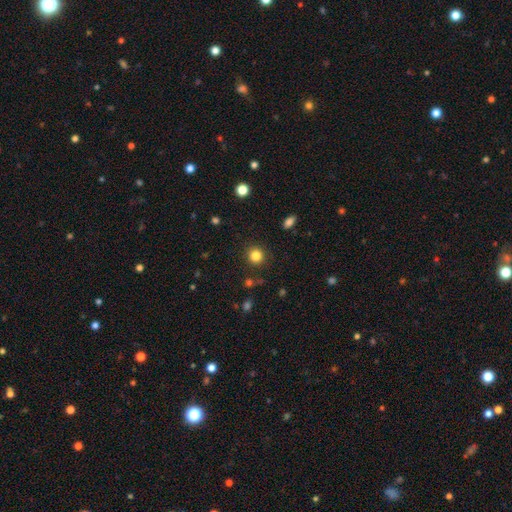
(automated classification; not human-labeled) A smooth galaxy with no disk features (83%) that is round (92%).

Vote fractions:
- Smooth or featured? smooth: 83% / star or artifact: 12% / featured or disk: 5%
- How rounded? round: 92% / in between: 7% / cigar-shaped: 1%
- Merging? none: 89% / minor disturbance: 7% / major disturbance: 3% / merger: 2%